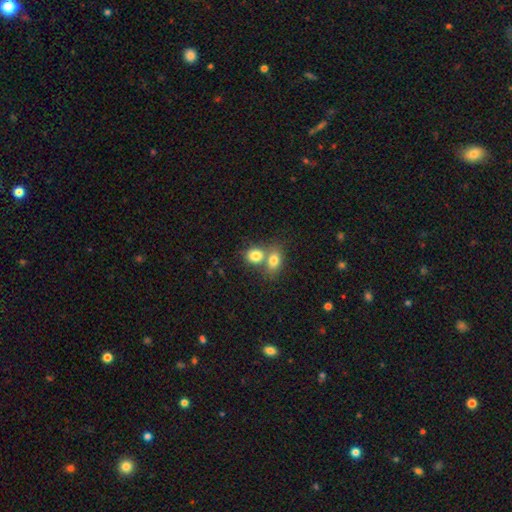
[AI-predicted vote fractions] Q: Smooth or featured?
A: smooth (81%); runner-up: featured or disk (10%)
Q: How rounded?
A: round (51%); runner-up: in between (48%)
Q: Merging?
A: merger (56%); runner-up: none (33%)